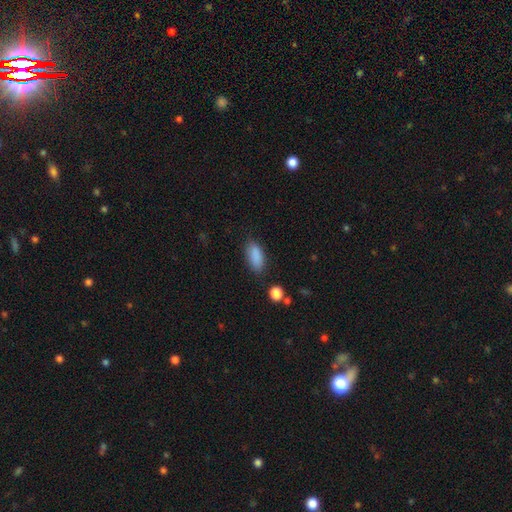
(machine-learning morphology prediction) smooth 87%, star or artifact 8%, featured or disk 5%. Down the decision tree: how rounded — in between (84%); merging — none (79%).